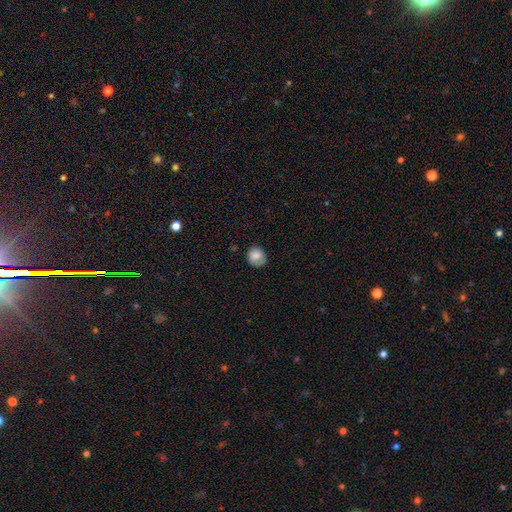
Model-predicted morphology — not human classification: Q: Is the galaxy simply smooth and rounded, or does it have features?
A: smooth — 80%.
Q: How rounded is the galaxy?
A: round — 84%.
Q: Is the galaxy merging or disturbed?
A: none — 69%.